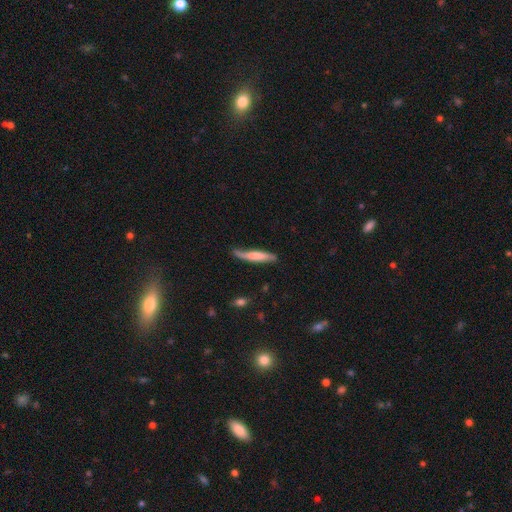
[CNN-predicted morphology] Overall: smooth (62%; featured or disk 33%). How rounded: cigar-shaped (88%). Merging: none (60%; minor disturbance 29%).